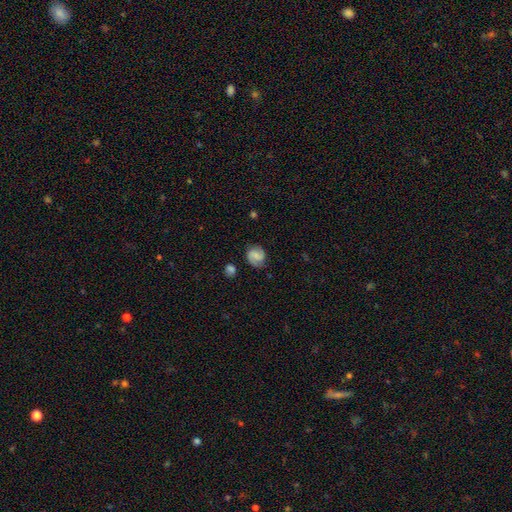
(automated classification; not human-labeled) Smooth or featured: featured or disk — 60% (smooth — 31%)
Edge-on disk: no — 98% (yes — 2%)
Bar: weak — 47% (no — 38%)
Spiral arms: yes — 94% (no — 6%)
Spiral winding: medium — 47% (tight — 31%)
Spiral arm count: 2 — 87% (can't tell — 6%)
Bulge size: small — 39% (none — 31%)
Merging: none — 78% (minor disturbance — 15%)